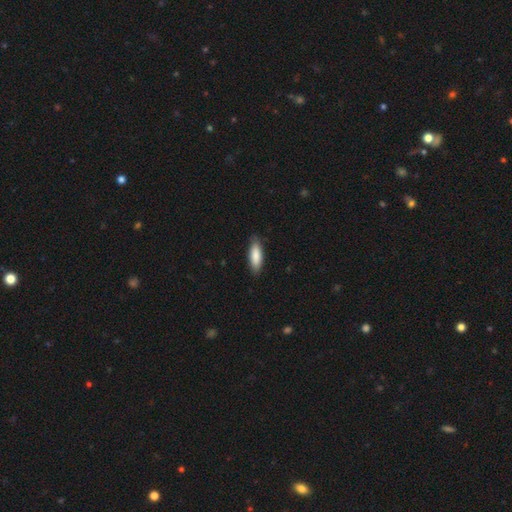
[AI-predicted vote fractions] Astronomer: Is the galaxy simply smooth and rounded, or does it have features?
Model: smooth — 84%.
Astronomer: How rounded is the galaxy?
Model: in between — 60% (runner-up: cigar-shaped, 38%).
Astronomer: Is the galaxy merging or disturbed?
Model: none — 83%.